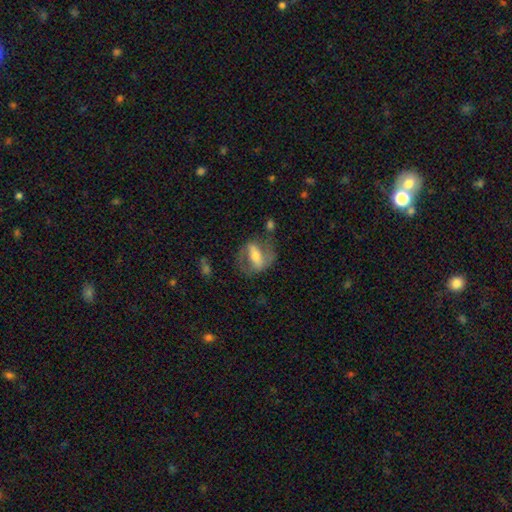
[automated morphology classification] Smooth or featured: featured or disk — 70% (smooth — 23%)
Edge-on disk: no — 89% (yes — 11%)
Bar: strong — 64% (weak — 22%)
Spiral arms: yes — 68% (no — 32%)
Bulge size: moderate — 55% (small — 34%)
Merging: none — 63% (minor disturbance — 18%)